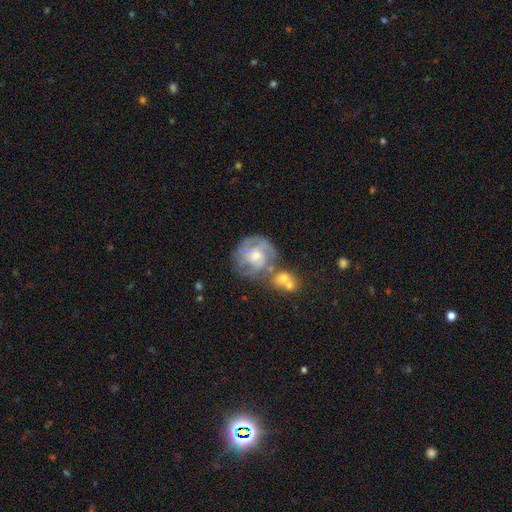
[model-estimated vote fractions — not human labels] This is likely a featured or disk galaxy (72%). It is clearly not viewed edge-on (97%). Bar: likely no (69%). Spiral arm pattern: likely yes (79%). Spiral arm count: marginally can't tell (41%). Spiral winding: possibly tight (57%). Central bulge: possibly moderate (53%). Merging: possibly none (47%).